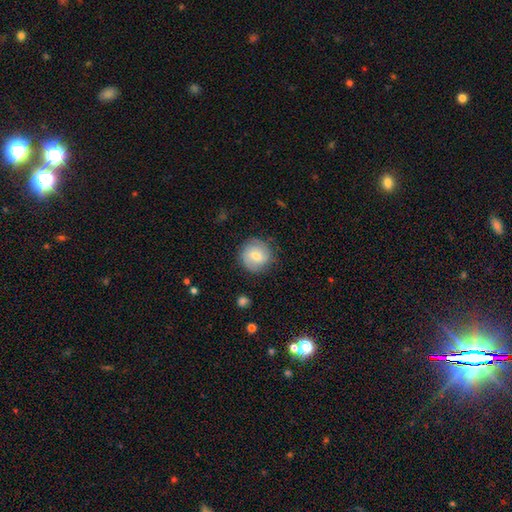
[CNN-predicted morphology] Smooth or featured: smooth — 57% (featured or disk — 36%)
How rounded: round — 91% (in between — 8%)
Merging: none — 81% (minor disturbance — 13%)